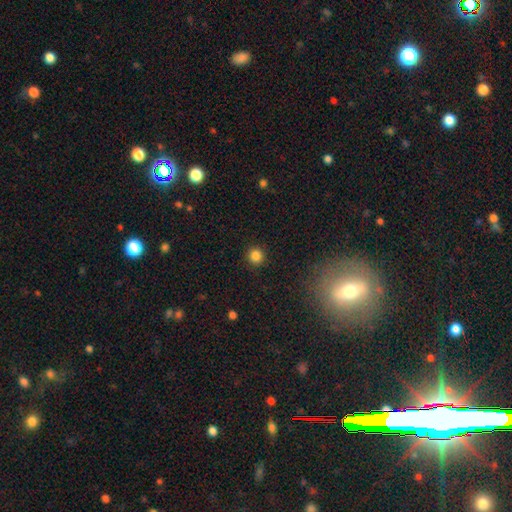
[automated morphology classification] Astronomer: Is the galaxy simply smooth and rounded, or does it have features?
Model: smooth — 84%.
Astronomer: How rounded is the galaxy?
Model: round — 95%.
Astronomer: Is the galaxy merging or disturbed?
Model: none — 92%.